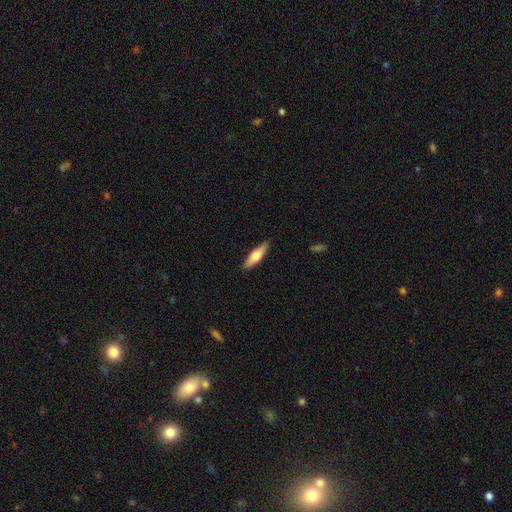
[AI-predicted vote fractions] A smooth galaxy with no disk features (59%) that is cigar-shaped (66%).

Vote fractions:
- Smooth or featured? smooth: 59% / featured or disk: 36% / star or artifact: 5%
- How rounded? cigar-shaped: 66% / in between: 33% / round: 2%
- Merging? none: 89% / minor disturbance: 9% / major disturbance: 2% / merger: 1%